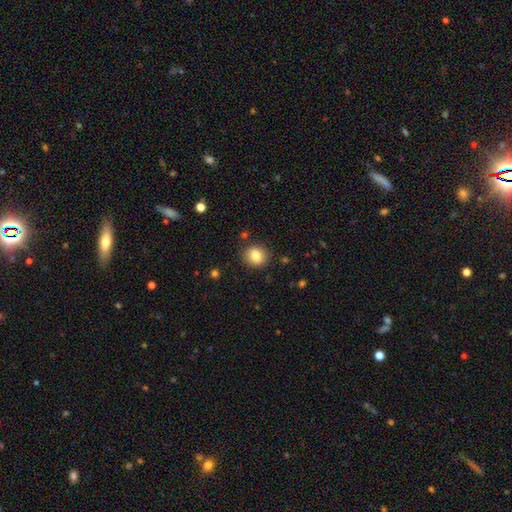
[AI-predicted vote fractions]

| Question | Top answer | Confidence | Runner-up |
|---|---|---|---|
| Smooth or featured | smooth | 83% | star or artifact (10%) |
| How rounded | round | 69% | in between (30%) |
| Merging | none | 87% | minor disturbance (9%) |